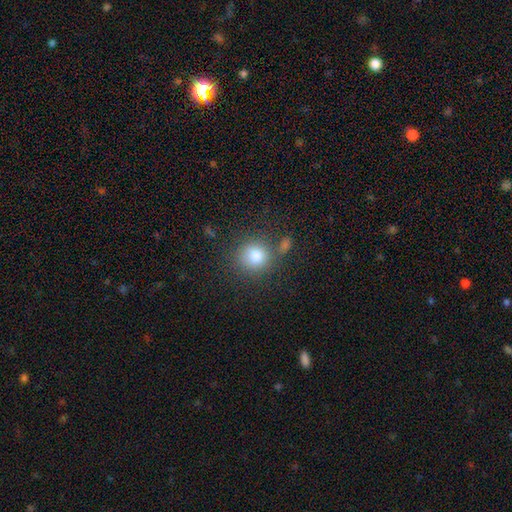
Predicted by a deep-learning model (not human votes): Q: Smooth or featured?
A: smooth (82%); runner-up: star or artifact (11%)
Q: How rounded?
A: round (87%); runner-up: in between (12%)
Q: Merging?
A: none (69%); runner-up: minor disturbance (14%)